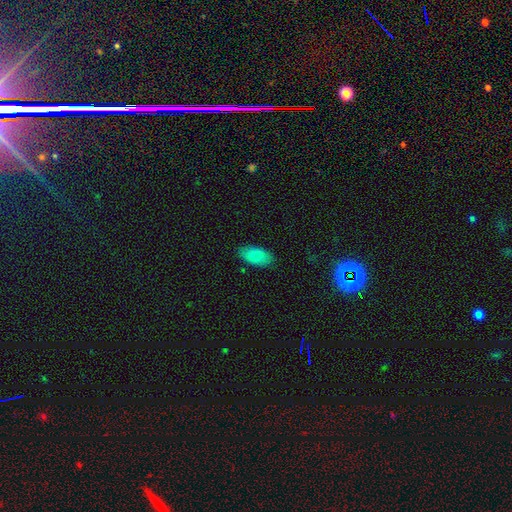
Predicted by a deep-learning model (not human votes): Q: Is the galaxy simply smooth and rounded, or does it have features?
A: smooth — 81%.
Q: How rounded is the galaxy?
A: in between — 94%.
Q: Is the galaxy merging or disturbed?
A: none — 86%.